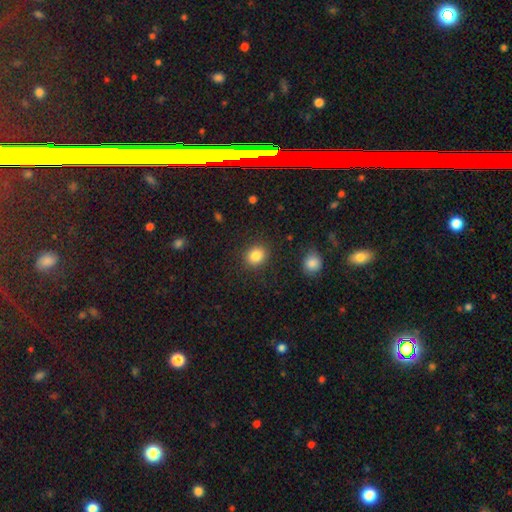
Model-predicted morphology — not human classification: Smooth or featured? Predicted: smooth (p=0.85). How rounded? Predicted: round (p=0.74). Merging? Predicted: none (p=0.88).